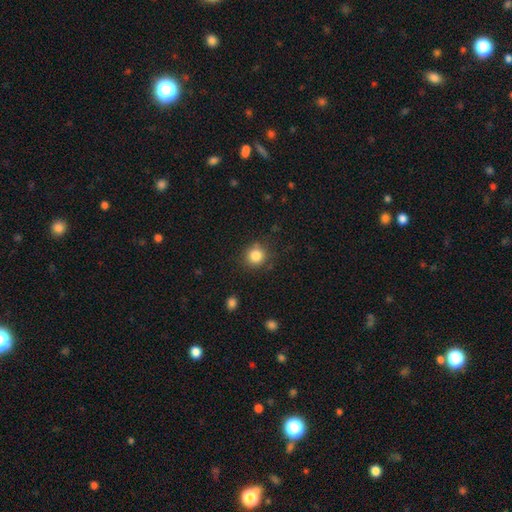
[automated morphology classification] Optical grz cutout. It shows a smooth galaxy with no disk features (84%) that is round (91%). Merging: none (83%).